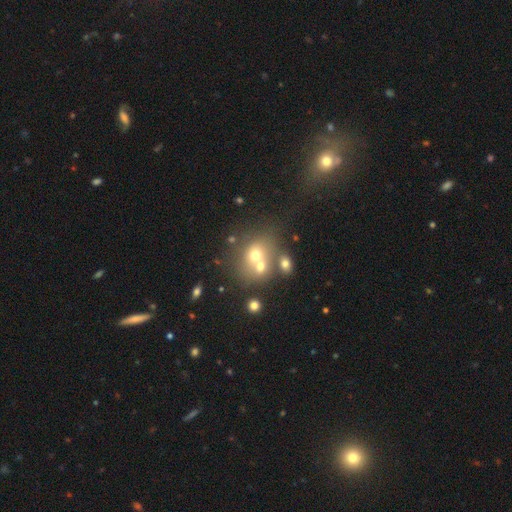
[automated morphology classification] The model was most divided on "merging": merger: 50%, none: 35%, minor disturbance: 9%, major disturbance: 5%. More confident: how rounded — round (66%); smooth or featured — smooth (61%).